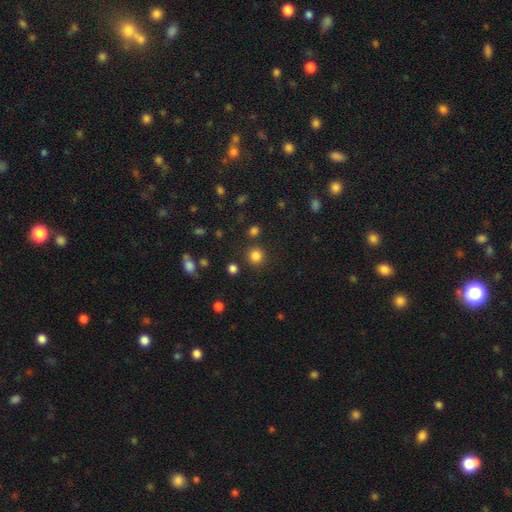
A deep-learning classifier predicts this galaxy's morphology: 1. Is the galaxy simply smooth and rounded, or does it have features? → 82% smooth, 14% star or artifact, 4% featured or disk.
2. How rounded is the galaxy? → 93% round, 6% in between, 1% cigar-shaped.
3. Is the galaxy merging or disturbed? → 87% none, 6% minor disturbance, 4% merger, 3% major disturbance.